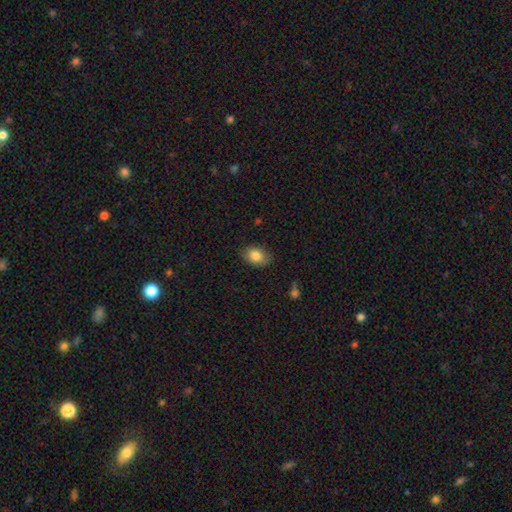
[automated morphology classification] smooth_or_featured: smooth (p=0.83) [alt: featured or disk p=0.09]
how_rounded: in between (p=0.81) [alt: round p=0.18]
merging: none (p=0.81) [alt: minor disturbance p=0.15]